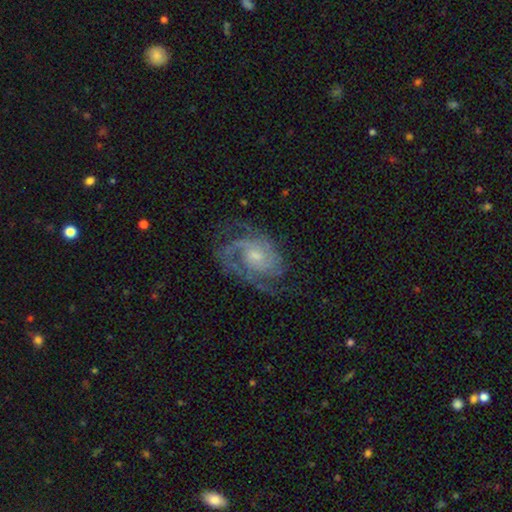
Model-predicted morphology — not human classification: featured or disk 87%, smooth 8%, star or artifact 5%. Down the decision tree: edge-on disk — no (98%); bar — no (64%); spiral arms — yes (96%); spiral arm count — 2 (46%); spiral winding — medium (45%); bulge size — small (53%); merging — none (64%).